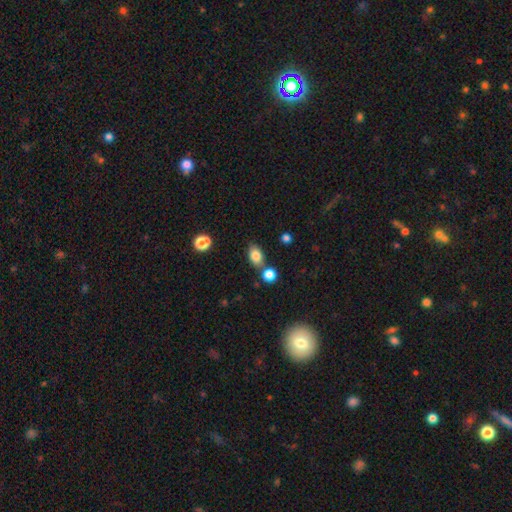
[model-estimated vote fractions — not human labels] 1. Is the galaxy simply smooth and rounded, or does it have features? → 83% smooth, 10% star or artifact, 7% featured or disk.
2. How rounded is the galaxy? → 80% in between, 18% round, 2% cigar-shaped.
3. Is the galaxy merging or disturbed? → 68% none, 17% merger, 12% minor disturbance, 3% major disturbance.